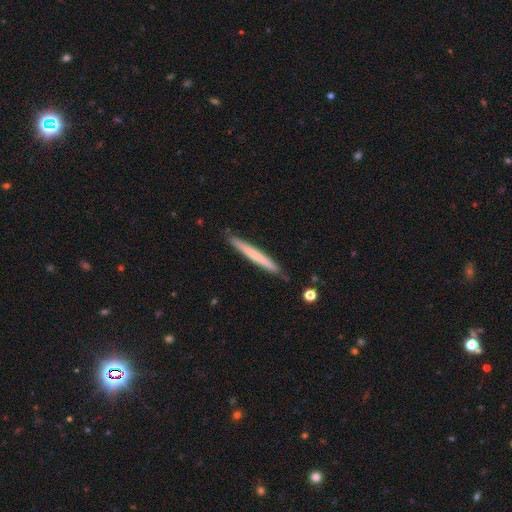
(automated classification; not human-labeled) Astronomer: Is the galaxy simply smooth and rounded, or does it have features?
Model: smooth — 55% (runner-up: featured or disk, 39%).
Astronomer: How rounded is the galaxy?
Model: cigar-shaped — 97%.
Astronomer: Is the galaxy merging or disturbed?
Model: none — 89%.